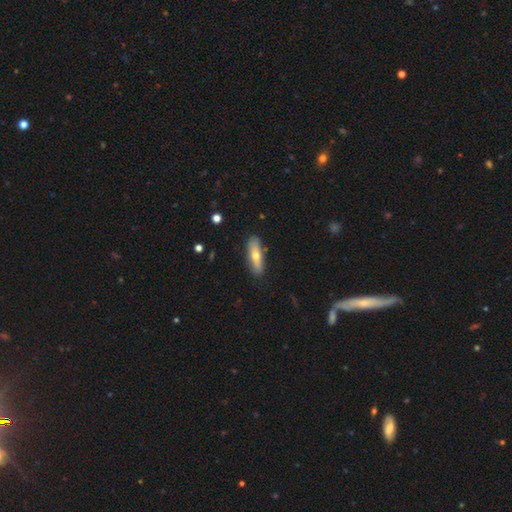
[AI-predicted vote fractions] smooth-or-featured: smooth: 59% | featured or disk: 35% | star or artifact: 6%
  how-rounded: cigar-shaped: 50% | in between: 47% | round: 3%
  merging: none: 86% | minor disturbance: 11% | major disturbance: 2% | merger: 2%